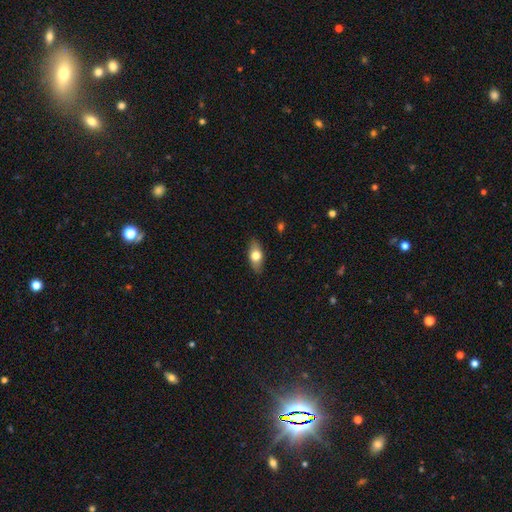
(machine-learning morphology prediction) smooth 69%, featured or disk 25%, star or artifact 7%. Down the decision tree: how rounded — in between (84%); merging — none (87%).